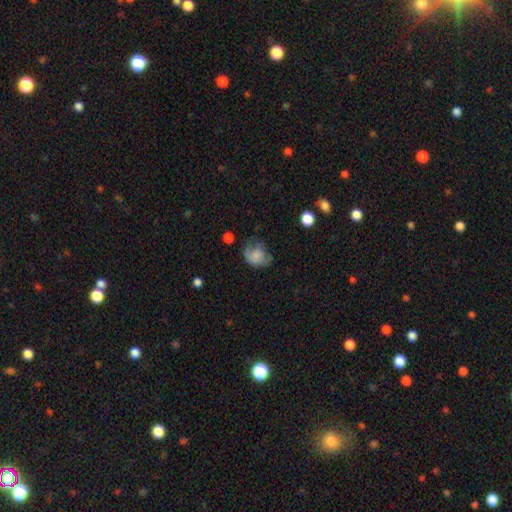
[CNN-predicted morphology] type=smooth (67%); roundness=round (52%); merging=none (35%).